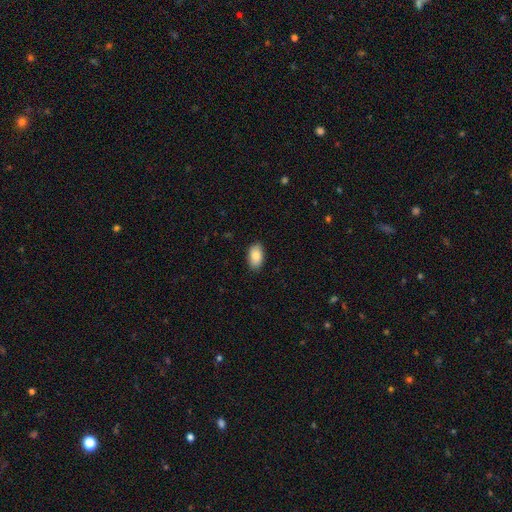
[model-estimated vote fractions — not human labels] Smooth or featured? smooth (86%)
How rounded? in between (94%)
Merging? none (88%)